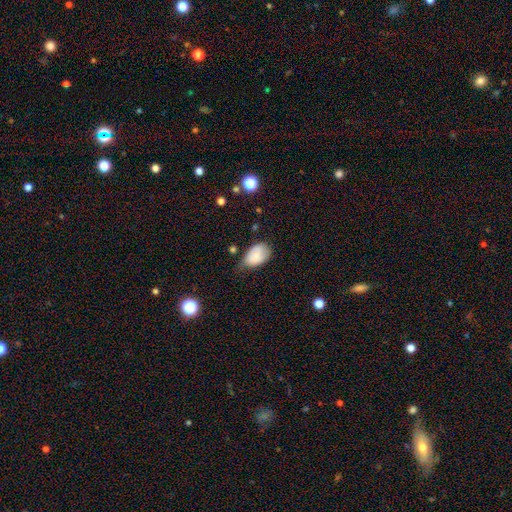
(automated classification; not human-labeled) smooth 76%, featured or disk 16%, star or artifact 8%. Down the decision tree: how rounded — in between (89%); merging — minor disturbance (44%).